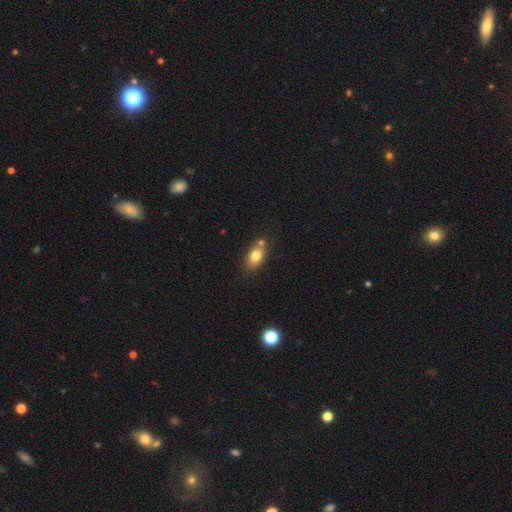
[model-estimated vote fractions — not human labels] smooth-or-featured: smooth: 78% | featured or disk: 13% | star or artifact: 10%
  how-rounded: in between: 78% | round: 18% | cigar-shaped: 3%
  merging: none: 61% | merger: 21% | minor disturbance: 14% | major disturbance: 4%